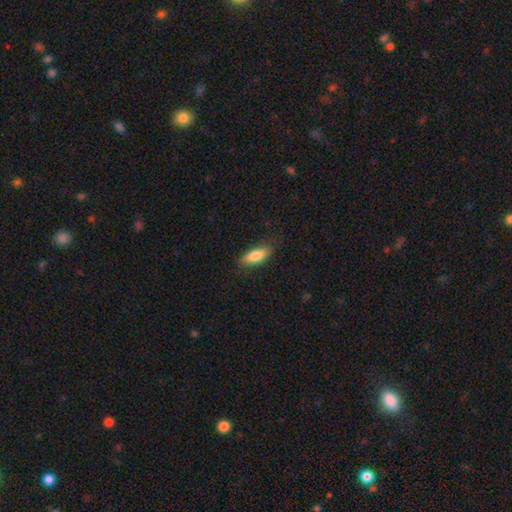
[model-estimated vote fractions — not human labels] Smooth or featured: smooth — 83% (featured or disk — 11%)
How rounded: in between — 75% (cigar-shaped — 23%)
Merging: none — 80% (minor disturbance — 15%)